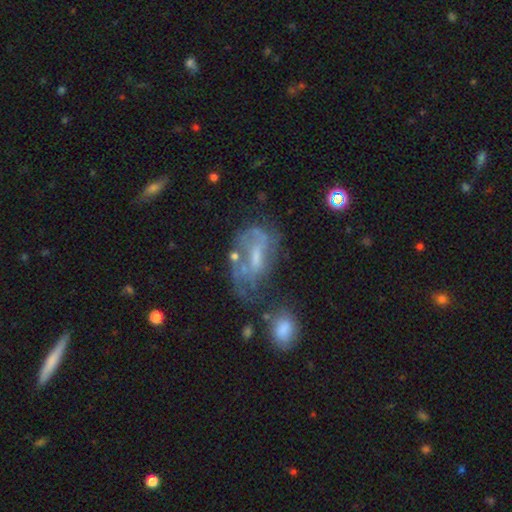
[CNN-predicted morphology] A featured or disk galaxy (67%) with a weak bar (43%), spiral arms (60%) and a small central bulge (38%). Merging: none (34%).